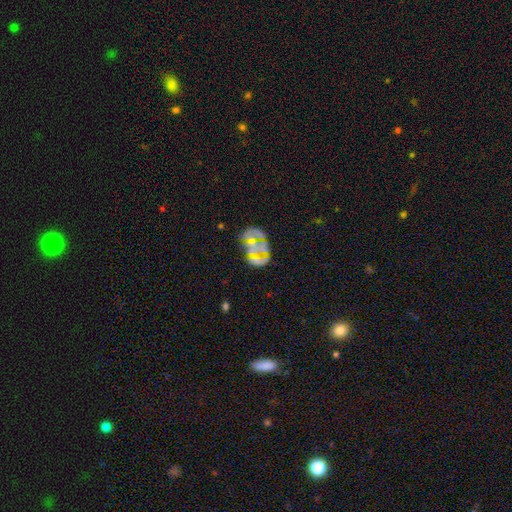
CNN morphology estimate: A featured or disk galaxy (60%) with no bar (86%), no spiral arms (77%) and no central bulge (57%). Merging: none (43%).